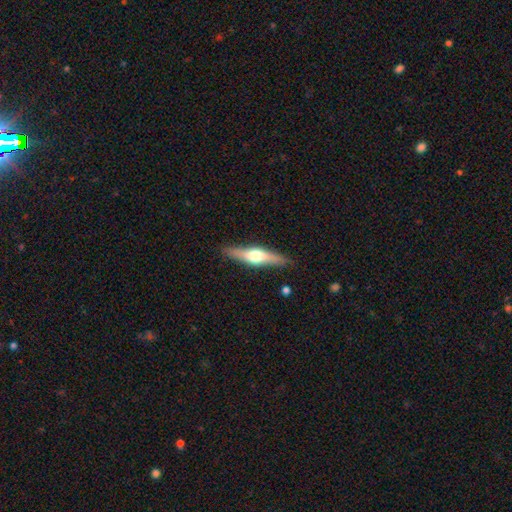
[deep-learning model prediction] Smooth or featured? Predicted: featured or disk (p=0.58). Edge-on disk? Predicted: yes (p=0.94). Edge-on bulge? Predicted: rounded (p=0.93). Merging? Predicted: none (p=0.87).